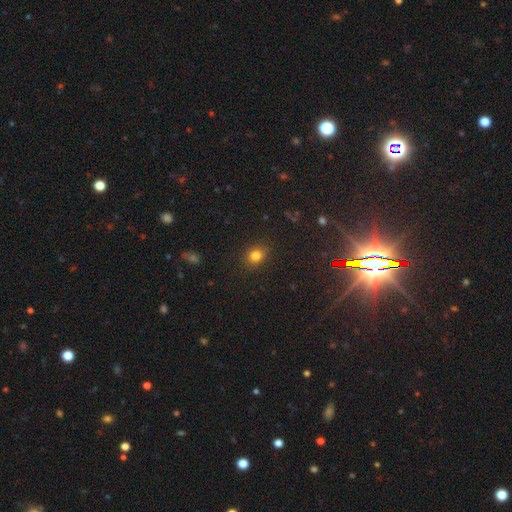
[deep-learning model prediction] Smooth or featured? Predicted: smooth (p=0.81). How rounded? Predicted: round (p=0.62). Merging? Predicted: none (p=0.87).